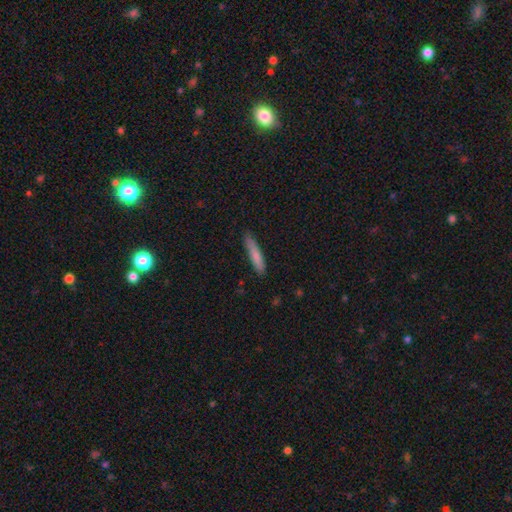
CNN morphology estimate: The model was most divided on "merging": none: 82%, minor disturbance: 15%, major disturbance: 2%, merger: 1%. More confident: how rounded — cigar-shaped (89%); smooth or featured — smooth (81%).